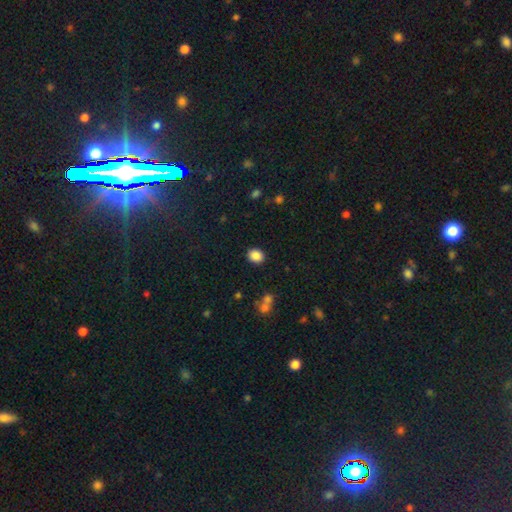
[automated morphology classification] Smooth or featured? smooth (87%)
How rounded? in between (56%)
Merging? none (87%)